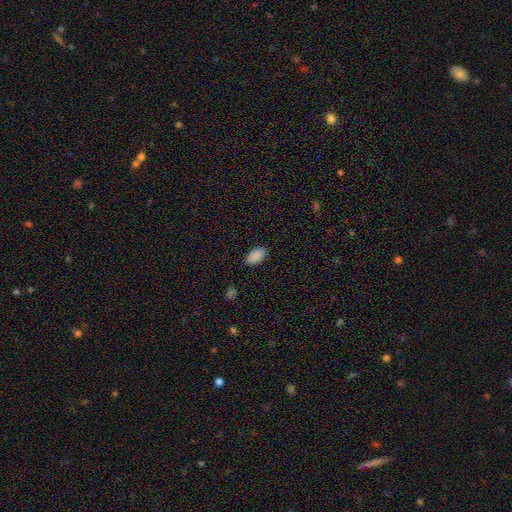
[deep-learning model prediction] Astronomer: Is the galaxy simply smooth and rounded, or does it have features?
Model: smooth — 88%.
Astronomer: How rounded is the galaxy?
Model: in between — 94%.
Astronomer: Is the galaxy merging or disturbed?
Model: none — 85%.